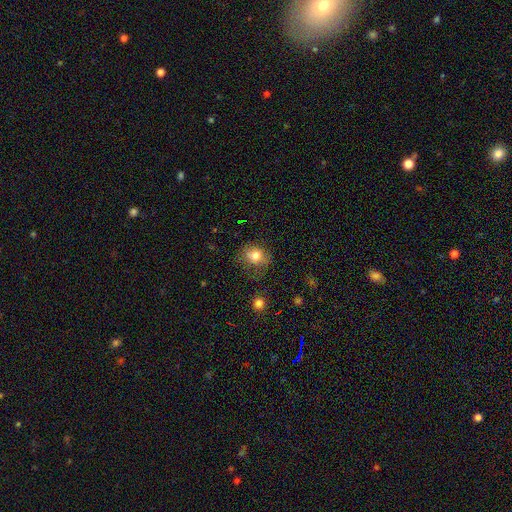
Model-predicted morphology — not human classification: Smooth or featured: smooth — 77% (featured or disk — 12%)
How rounded: round — 63% (in between — 36%)
Merging: none — 60% (minor disturbance — 26%)